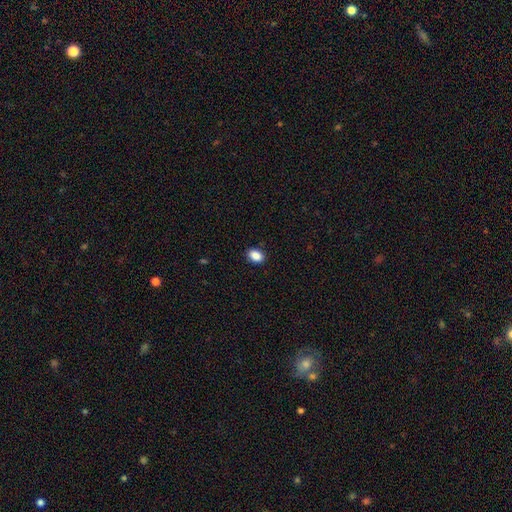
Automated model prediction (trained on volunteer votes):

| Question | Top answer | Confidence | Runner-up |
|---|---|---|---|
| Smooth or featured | smooth | 88% | star or artifact (9%) |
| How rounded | in between | 76% | round (23%) |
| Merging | none | 89% | minor disturbance (8%) |